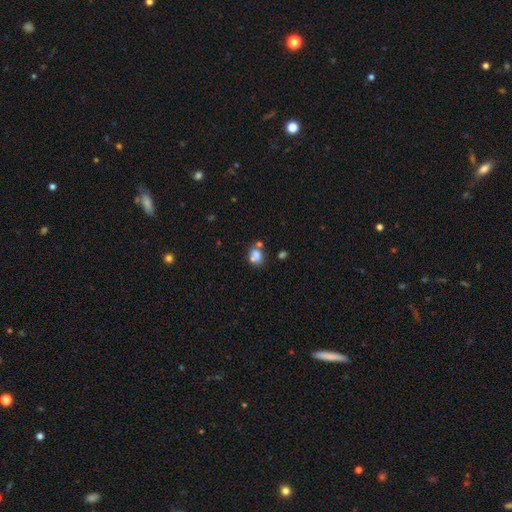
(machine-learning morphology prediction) Smooth or featured: smooth — 71% (featured or disk — 15%)
How rounded: round — 55% (in between — 43%)
Merging: none — 42% (merger — 37%)